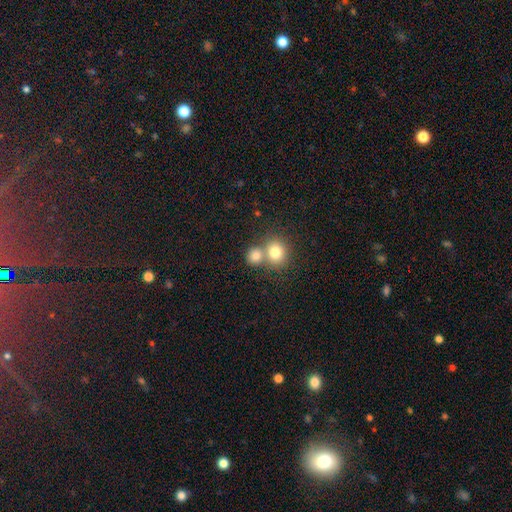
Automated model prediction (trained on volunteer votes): Q: Smooth or featured?
A: smooth (80%); runner-up: star or artifact (11%)
Q: How rounded?
A: round (79%); runner-up: in between (20%)
Q: Merging?
A: merger (46%); runner-up: none (45%)